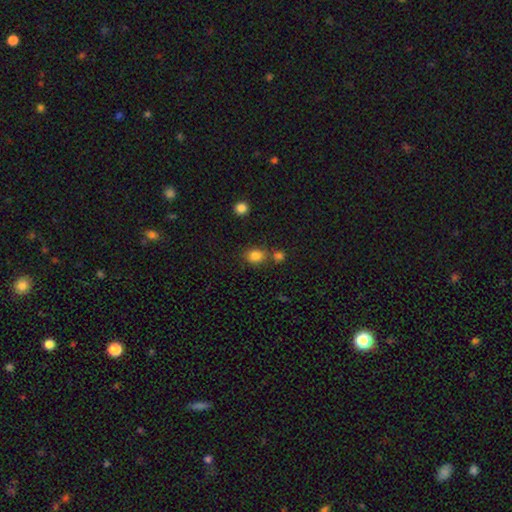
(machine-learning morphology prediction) Q: Smooth or featured?
A: smooth (83%); runner-up: star or artifact (12%)
Q: How rounded?
A: round (51%); runner-up: in between (48%)
Q: Merging?
A: none (66%); runner-up: merger (17%)